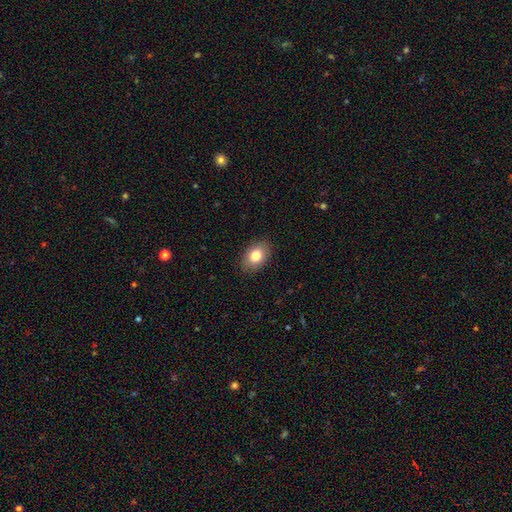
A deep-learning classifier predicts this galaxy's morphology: smooth_or_featured: smooth (p=0.81) [alt: featured or disk p=0.11]
how_rounded: in between (p=0.82) [alt: round p=0.17]
merging: none (p=0.88) [alt: minor disturbance p=0.09]